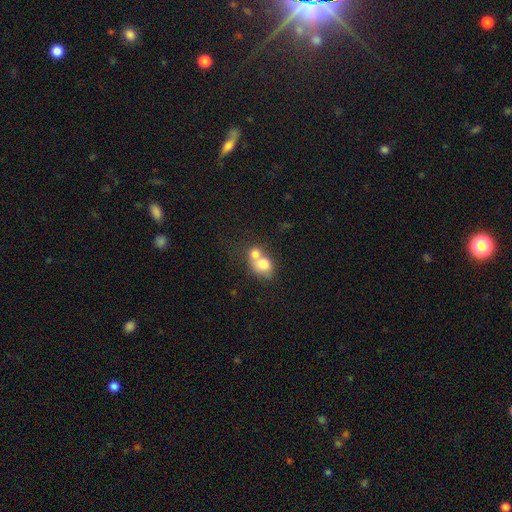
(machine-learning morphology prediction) This appears to be a smooth galaxy with no disk features (73%) that is round (66%). Merging: merger (63%).